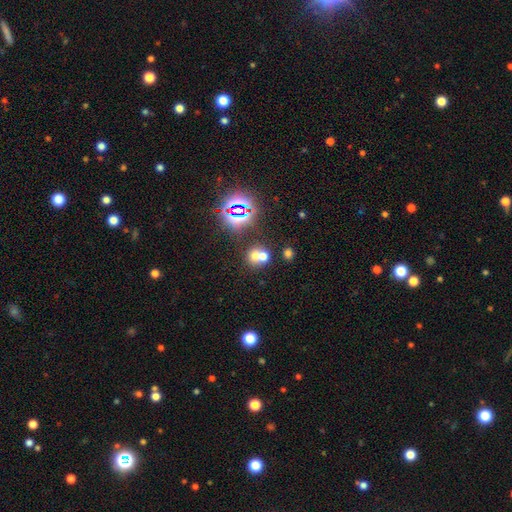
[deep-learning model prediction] A smooth galaxy with no disk features (58%) that is round (78%). Merging: merger (54%).